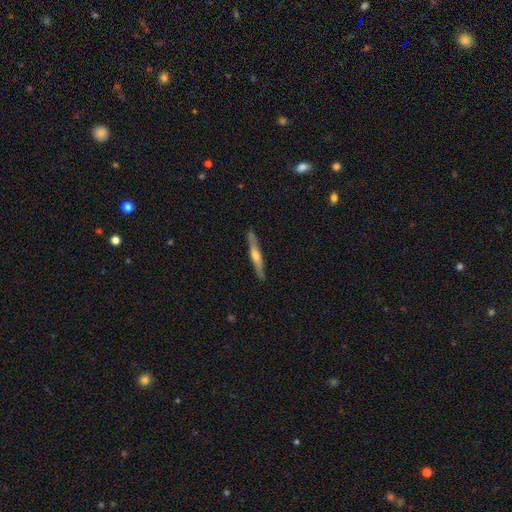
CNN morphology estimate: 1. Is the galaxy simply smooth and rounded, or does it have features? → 65% featured or disk, 29% smooth, 6% star or artifact.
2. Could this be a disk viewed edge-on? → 96% yes, 4% no.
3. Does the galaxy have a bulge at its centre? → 79% rounded, 13% none, 8% boxy.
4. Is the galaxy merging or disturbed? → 89% none, 9% minor disturbance, 2% major disturbance, 1% merger.